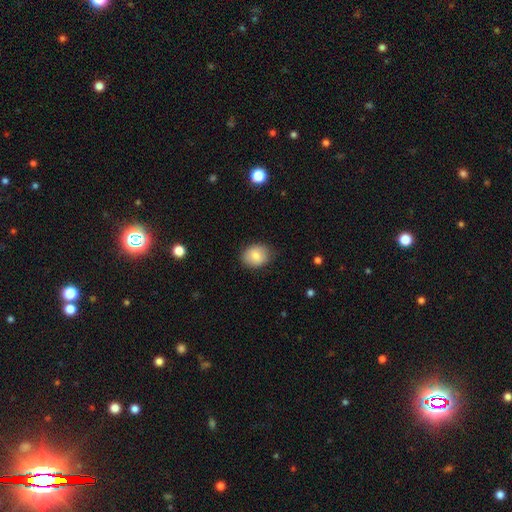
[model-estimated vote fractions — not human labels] Q: Smooth or featured?
A: smooth (82%); runner-up: featured or disk (10%)
Q: How rounded?
A: in between (50%); runner-up: round (49%)
Q: Merging?
A: none (81%); runner-up: minor disturbance (15%)